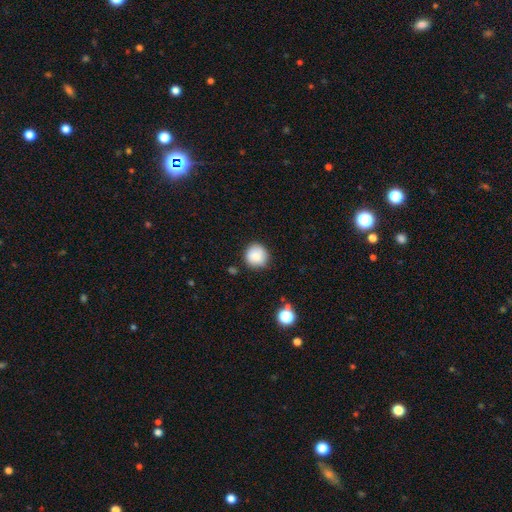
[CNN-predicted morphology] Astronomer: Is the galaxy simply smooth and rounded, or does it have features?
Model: smooth — 85%.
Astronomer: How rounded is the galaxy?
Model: round — 92%.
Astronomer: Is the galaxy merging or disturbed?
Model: none — 83%.